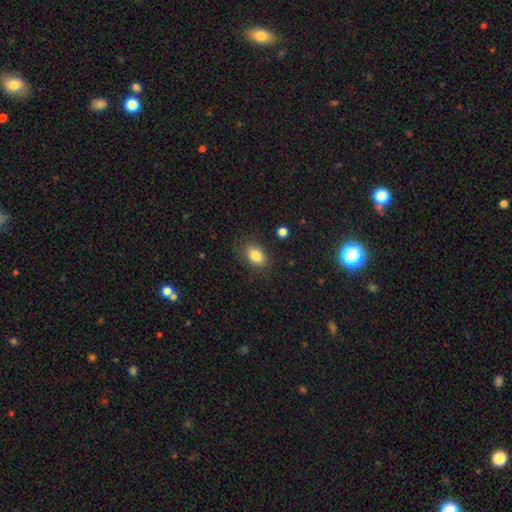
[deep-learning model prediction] Smooth or featured?
  - smooth: 83% *
  - star or artifact: 9%
  - featured or disk: 8%
How rounded?
  - in between: 85% *
  - round: 13%
  - cigar-shaped: 2%
Merging?
  - none: 84% *
  - minor disturbance: 11%
  - major disturbance: 3%
  - merger: 2%